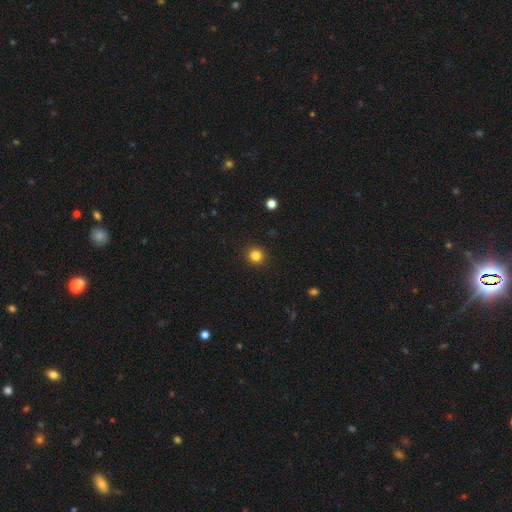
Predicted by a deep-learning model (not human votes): The model was most divided on "smooth or featured": smooth: 83%, star or artifact: 12%, featured or disk: 4%. More confident: how rounded — round (93%); merging — none (92%).